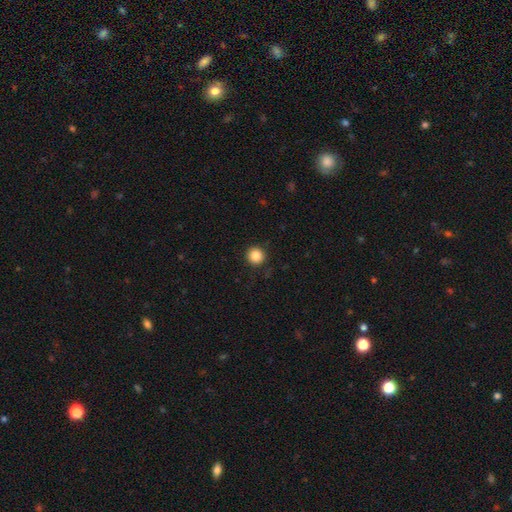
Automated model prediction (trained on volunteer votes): Morphology: type=smooth (87%); roundness=round (95%); merging=none (91%).